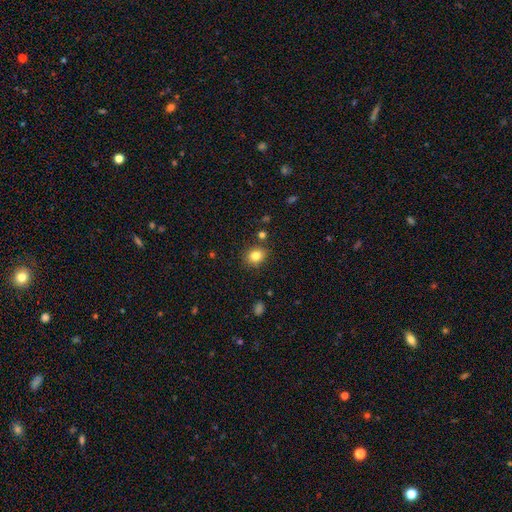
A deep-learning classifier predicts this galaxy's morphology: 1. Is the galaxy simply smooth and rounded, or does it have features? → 82% smooth, 11% star or artifact, 7% featured or disk.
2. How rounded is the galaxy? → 65% round, 34% in between, 1% cigar-shaped.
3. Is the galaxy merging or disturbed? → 85% none, 9% minor disturbance, 3% merger, 2% major disturbance.